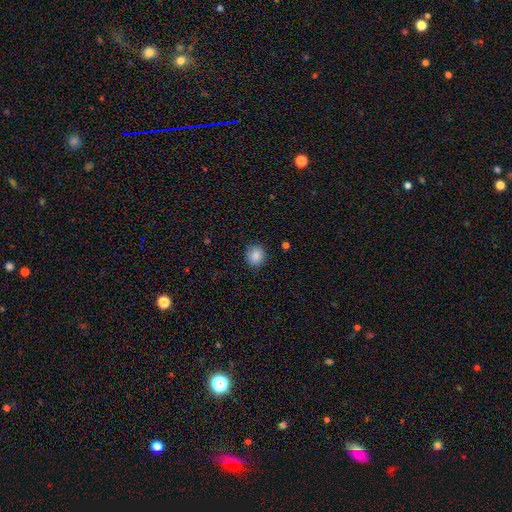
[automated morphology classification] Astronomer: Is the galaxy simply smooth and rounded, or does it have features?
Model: smooth — 87%.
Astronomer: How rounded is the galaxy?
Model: round — 78%.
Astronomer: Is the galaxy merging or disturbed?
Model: none — 86%.